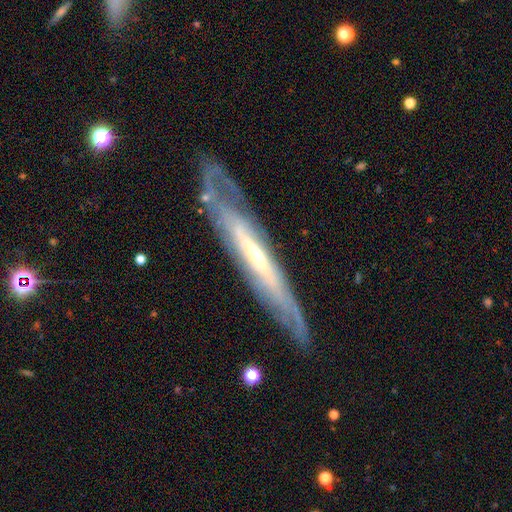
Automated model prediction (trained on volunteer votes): smooth_or_featured: featured or disk (p=0.81) [alt: smooth p=0.13]
disk_edge_on: yes (p=0.57) [alt: no p=0.43]
merging: none (p=0.73) [alt: minor disturbance p=0.17]